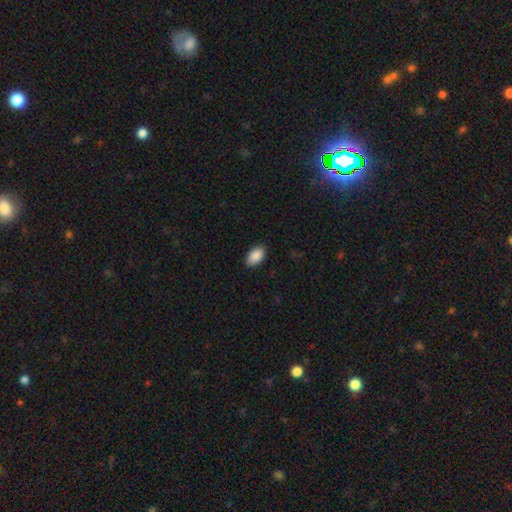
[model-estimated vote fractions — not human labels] Smooth or featured?
  - smooth: 90% *
  - star or artifact: 7%
  - featured or disk: 3%
How rounded?
  - in between: 94% *
  - round: 4%
  - cigar-shaped: 2%
Merging?
  - none: 86% *
  - minor disturbance: 11%
  - major disturbance: 2%
  - merger: 1%